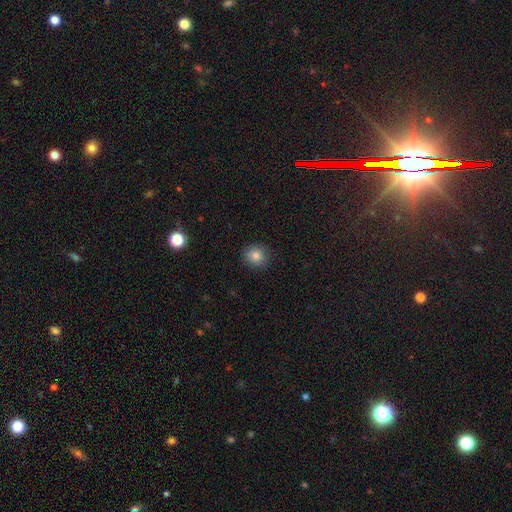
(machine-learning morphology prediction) Overall: smooth (83%). How rounded: round (83%). Merging: none (87%).